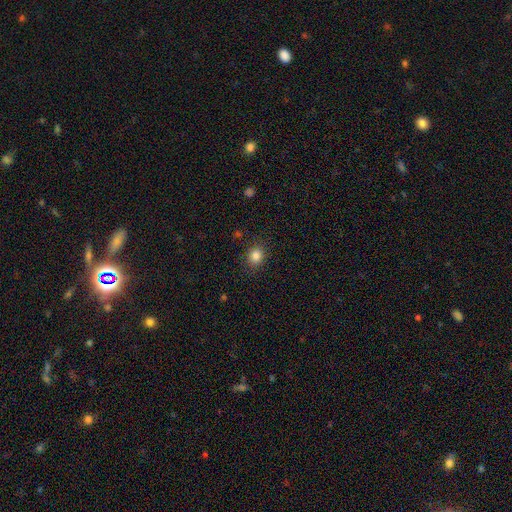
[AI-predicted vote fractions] This appears to be a smooth galaxy with no disk features (84%) that is round (65%). Merging: none (86%).